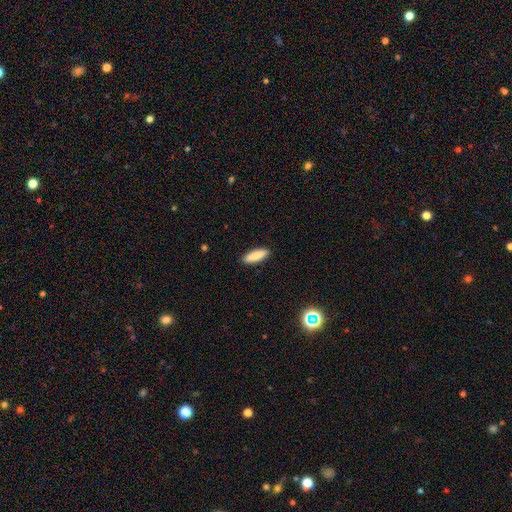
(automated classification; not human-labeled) Smooth or featured? Predicted: smooth (p=0.87). How rounded? Predicted: cigar-shaped (p=0.51). Merging? Predicted: none (p=0.91).